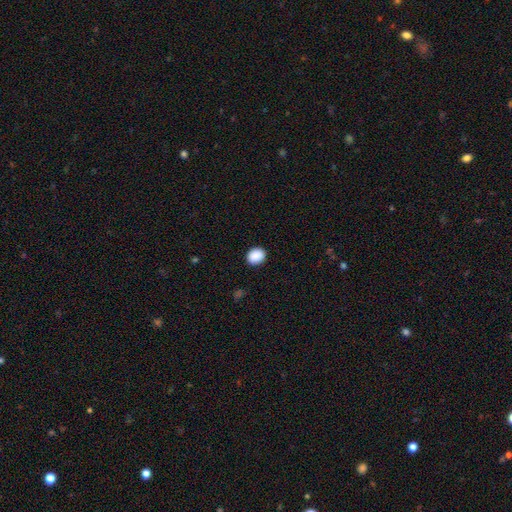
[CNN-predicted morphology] Q: Smooth or featured?
A: smooth (90%); runner-up: star or artifact (8%)
Q: How rounded?
A: round (60%); runner-up: in between (39%)
Q: Merging?
A: none (89%); runner-up: minor disturbance (8%)